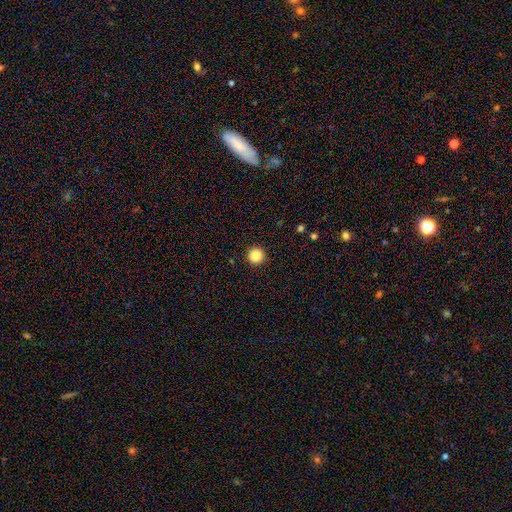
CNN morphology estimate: Smooth or featured?
  - smooth: 86% *
  - star or artifact: 10%
  - featured or disk: 4%
How rounded?
  - round: 96% *
  - in between: 3%
  - cigar-shaped: 1%
Merging?
  - none: 93% *
  - minor disturbance: 4%
  - major disturbance: 2%
  - merger: 1%